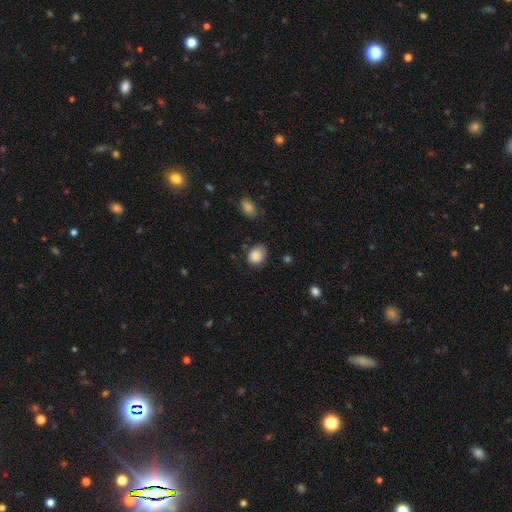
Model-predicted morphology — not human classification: This appears to be a smooth galaxy with no disk features (87%) that is in between round and cigar-shaped (51%). Merging: none (67%).